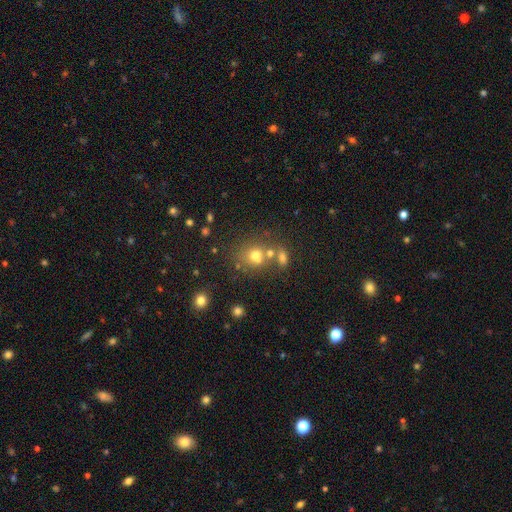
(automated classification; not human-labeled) Overall: smooth (66%). How rounded: round (73%). Merging: none (51%; merger 31%).